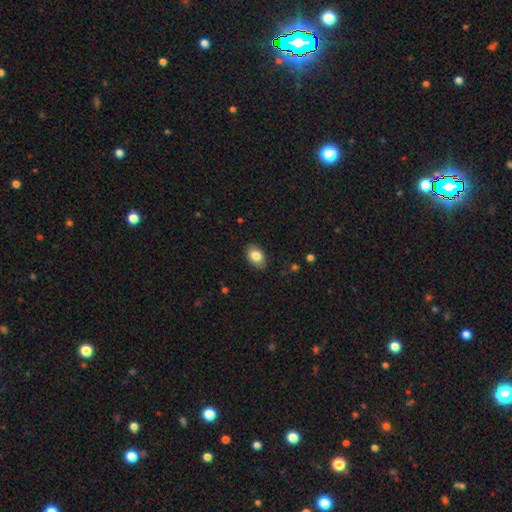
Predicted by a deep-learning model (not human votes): A smooth galaxy with no disk features (83%) that is in between round and cigar-shaped (90%). Merging: none (85%).